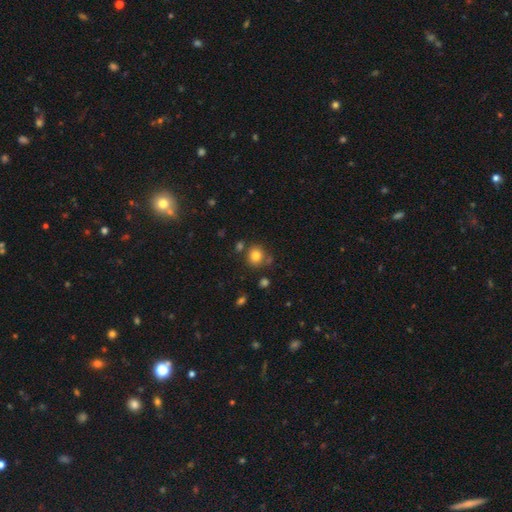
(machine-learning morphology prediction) smooth_or_featured: smooth (p=0.81) [alt: star or artifact p=0.12]
how_rounded: round (p=0.80) [alt: in between p=0.19]
merging: none (p=0.73) [alt: minor disturbance p=0.13]